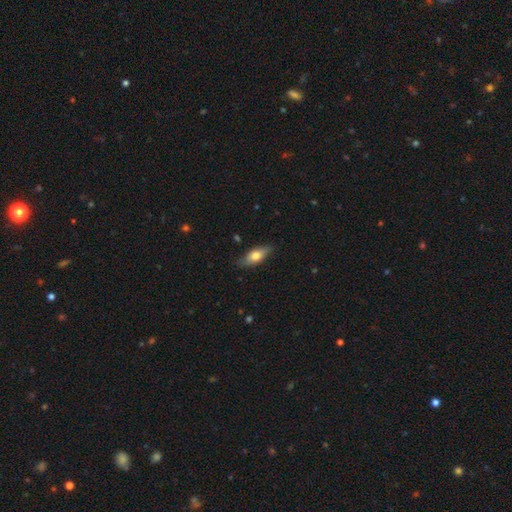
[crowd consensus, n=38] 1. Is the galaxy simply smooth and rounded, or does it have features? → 55% smooth, 42% featured or disk, 3% star or artifact.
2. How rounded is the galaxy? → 90% in between, 5% round, 5% cigar-shaped.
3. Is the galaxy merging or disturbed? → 78% none, 19% minor disturbance, 3% merger, 0% major disturbance.